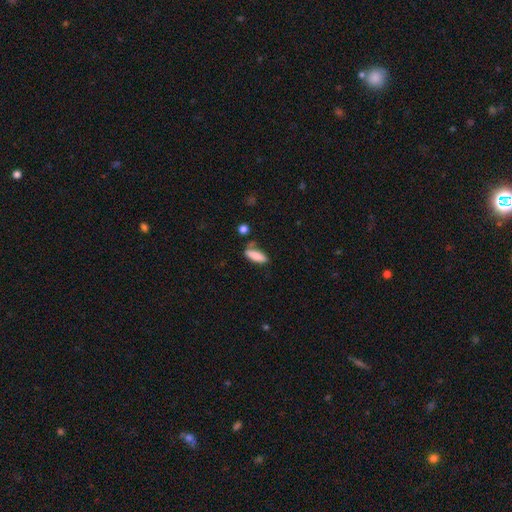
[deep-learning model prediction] Overall: smooth (82%). How rounded: in between (57%; cigar-shaped 41%). Merging: none (65%).